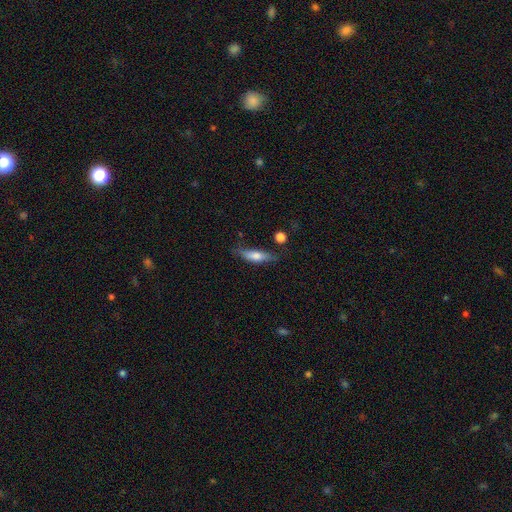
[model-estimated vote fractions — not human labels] Smooth or featured: smooth — 66% (featured or disk — 27%)
How rounded: cigar-shaped — 54% (in between — 43%)
Merging: none — 68% (minor disturbance — 22%)